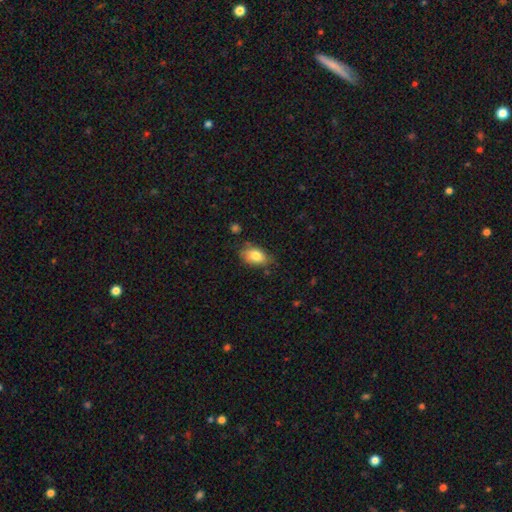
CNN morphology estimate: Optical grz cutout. It shows a smooth galaxy with no disk features (81%) that is in between round and cigar-shaped (89%). Merging: none (66%).